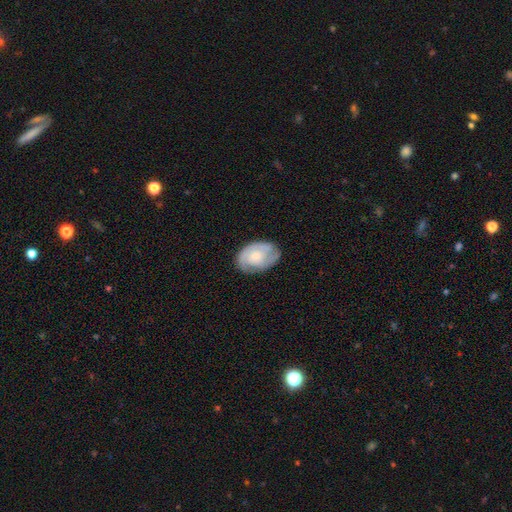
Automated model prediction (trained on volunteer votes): Q: Smooth or featured?
A: featured or disk (67%); runner-up: smooth (28%)
Q: Edge-on disk?
A: no (96%); runner-up: yes (4%)
Q: Bar?
A: no (78%); runner-up: weak (19%)
Q: Spiral arms?
A: yes (85%); runner-up: no (15%)
Q: Spiral winding?
A: tight (57%); runner-up: medium (32%)
Q: Spiral arm count?
A: 2 (43%); runner-up: can't tell (30%)
Q: Bulge size?
A: small (53%); runner-up: moderate (38%)
Q: Merging?
A: none (71%); runner-up: minor disturbance (21%)